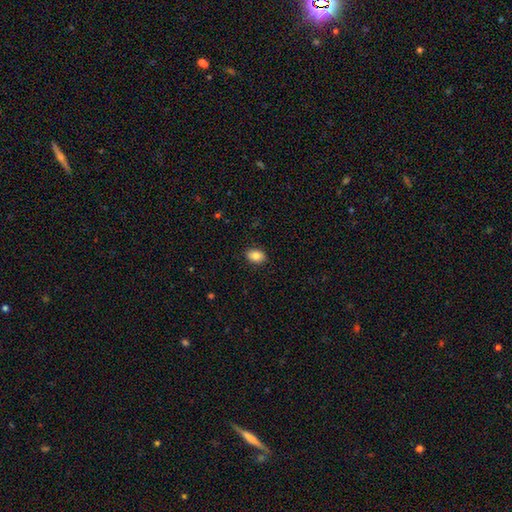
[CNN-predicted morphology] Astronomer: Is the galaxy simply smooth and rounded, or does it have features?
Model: smooth — 85%.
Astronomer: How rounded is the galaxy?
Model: in between — 80%.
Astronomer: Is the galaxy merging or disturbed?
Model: none — 89%.